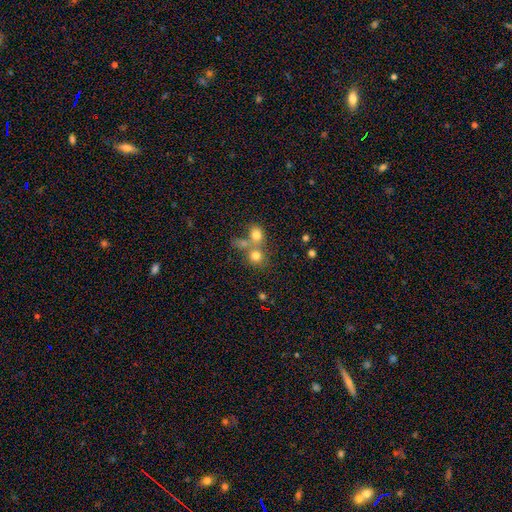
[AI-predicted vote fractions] Q: Smooth or featured?
A: smooth (74%); runner-up: star or artifact (14%)
Q: How rounded?
A: round (82%); runner-up: in between (17%)
Q: Merging?
A: merger (48%); runner-up: none (41%)